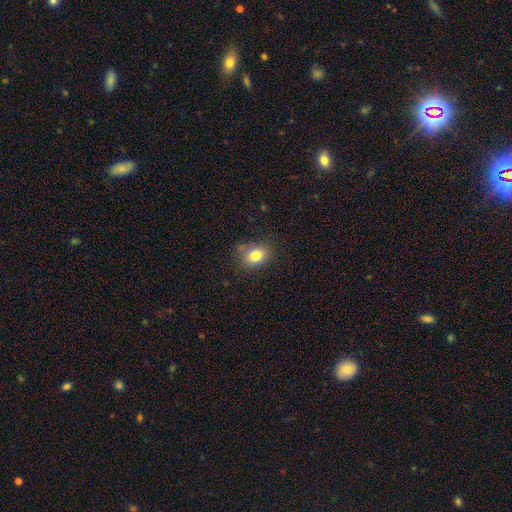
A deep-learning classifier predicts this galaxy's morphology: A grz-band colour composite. It shows a smooth galaxy with no disk features (80%) that is in between round and cigar-shaped (63%). Merging: none (72%).